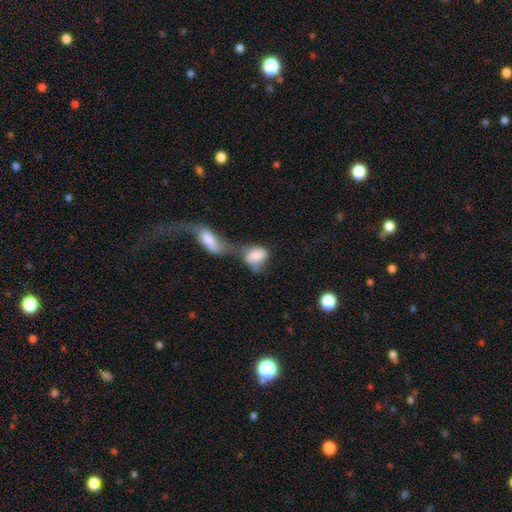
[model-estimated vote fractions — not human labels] A smooth galaxy with no disk features (73%) that is in between round and cigar-shaped (81%). Merging: merger (71%).